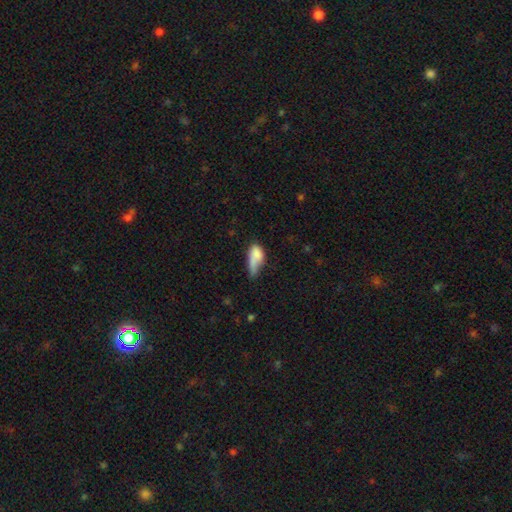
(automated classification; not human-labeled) A smooth galaxy with no disk features (75%) that is in between round and cigar-shaped (81%). Merging: minor disturbance (33%).